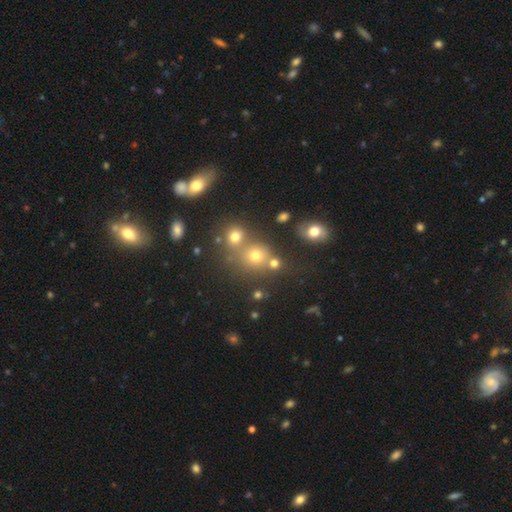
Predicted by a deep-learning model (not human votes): smooth-or-featured: smooth: 68% | star or artifact: 21% | featured or disk: 11%
  how-rounded: round: 79% | in between: 20% | cigar-shaped: 1%
  merging: none: 58% | merger: 27% | minor disturbance: 10% | major disturbance: 5%